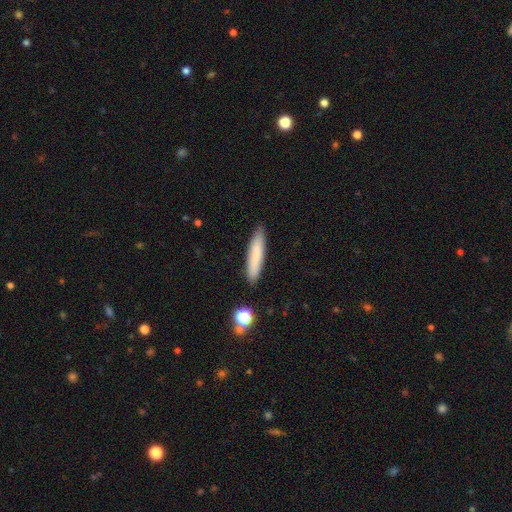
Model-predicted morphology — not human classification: The model was most divided on "smooth or featured": smooth: 79%, featured or disk: 14%, star or artifact: 7%. More confident: merging — none (88%); how rounded — cigar-shaped (87%).